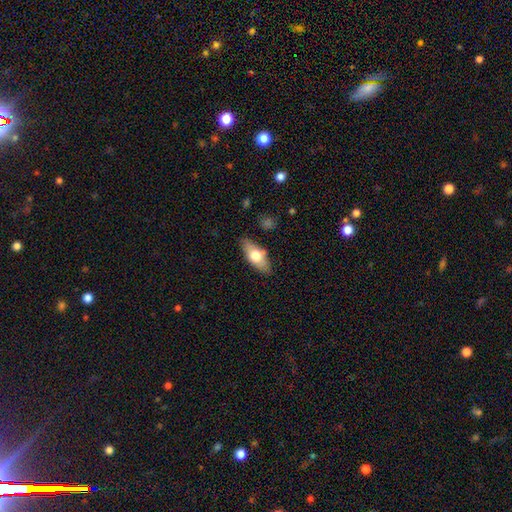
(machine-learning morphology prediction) type=smooth (64%); roundness=in between (77%); merging=none (83%).